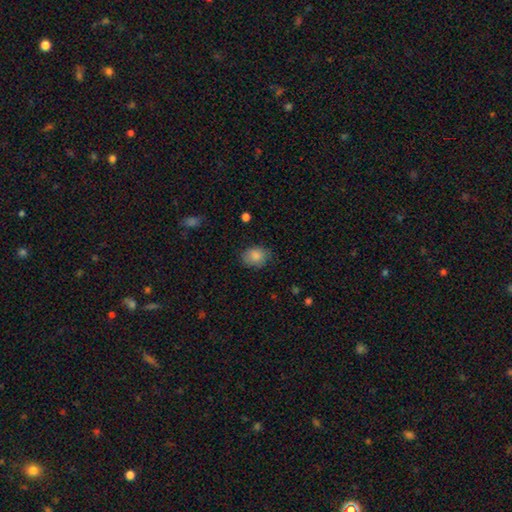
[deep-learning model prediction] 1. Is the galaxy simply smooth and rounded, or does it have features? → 86% smooth, 8% star or artifact, 6% featured or disk.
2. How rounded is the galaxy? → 57% in between, 42% round, 1% cigar-shaped.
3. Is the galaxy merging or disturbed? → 77% none, 17% minor disturbance, 4% major disturbance, 1% merger.